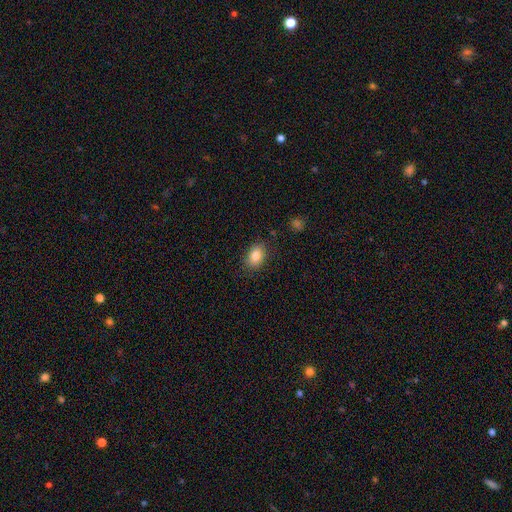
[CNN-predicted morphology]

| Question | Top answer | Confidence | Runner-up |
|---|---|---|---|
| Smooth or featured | smooth | 84% | star or artifact (9%) |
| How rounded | in between | 78% | round (21%) |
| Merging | none | 85% | minor disturbance (11%) |